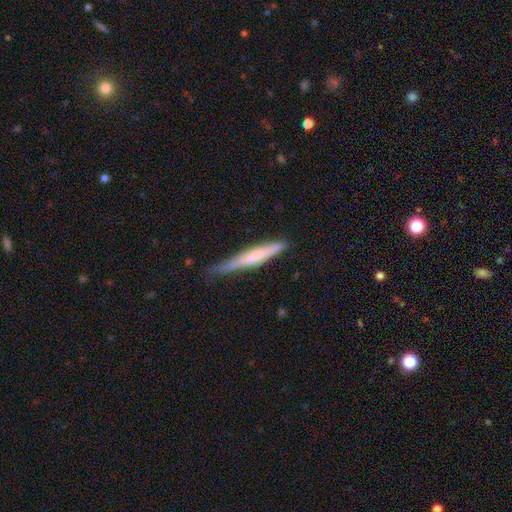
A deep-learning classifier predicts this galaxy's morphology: Overall: smooth (53%; featured or disk 41%). How rounded: cigar-shaped (95%). Merging: none (63%; minor disturbance 30%).